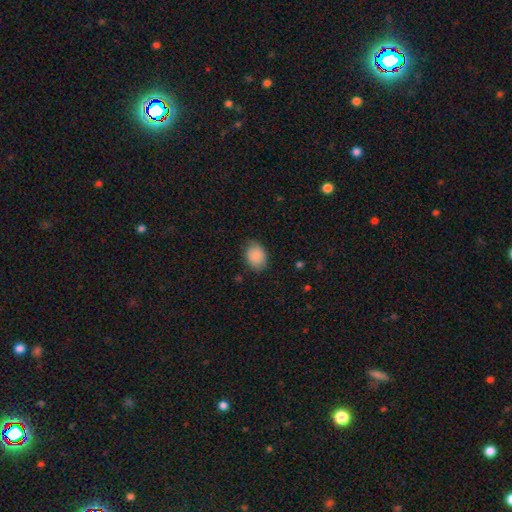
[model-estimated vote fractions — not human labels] Smooth or featured? Predicted: smooth (p=0.88). How rounded? Predicted: in between (p=0.67). Merging? Predicted: none (p=0.79).